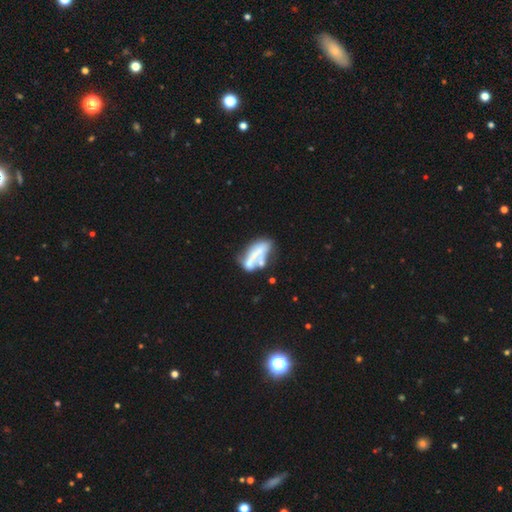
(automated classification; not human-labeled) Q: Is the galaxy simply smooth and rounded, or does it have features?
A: featured or disk — 49%.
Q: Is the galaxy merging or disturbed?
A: merger — 34%.